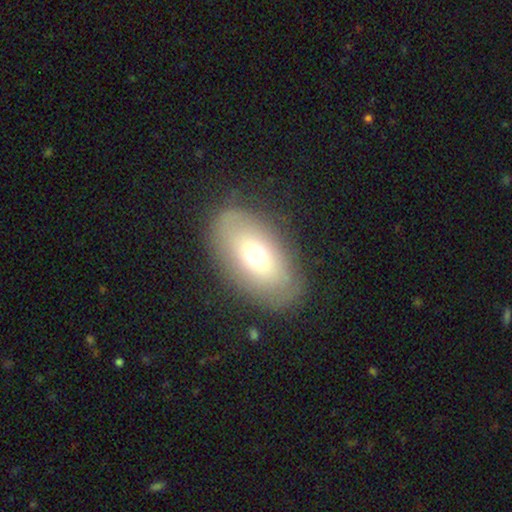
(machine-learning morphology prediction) A smooth galaxy with no disk features (61%) that is in between round and cigar-shaped (91%).

Vote fractions:
- Smooth or featured? smooth: 61% / featured or disk: 31% / star or artifact: 8%
- How rounded? in between: 91% / round: 6% / cigar-shaped: 3%
- Merging? none: 81% / minor disturbance: 13% / major disturbance: 4% / merger: 1%